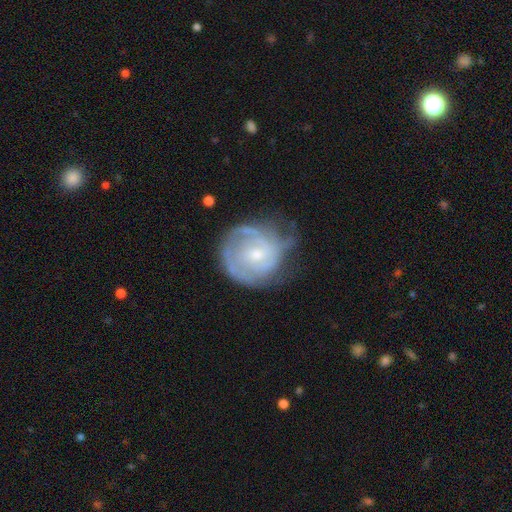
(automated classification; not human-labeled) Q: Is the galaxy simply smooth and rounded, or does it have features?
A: featured or disk — 73%.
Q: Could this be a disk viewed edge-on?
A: no — 97%.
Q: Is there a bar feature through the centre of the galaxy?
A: no — 64%.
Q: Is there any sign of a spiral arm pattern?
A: yes — 87%.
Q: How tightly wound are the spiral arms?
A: tight — 64%.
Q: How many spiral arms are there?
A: can't tell — 41%.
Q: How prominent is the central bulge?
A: small — 60%.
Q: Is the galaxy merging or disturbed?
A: none — 60%.